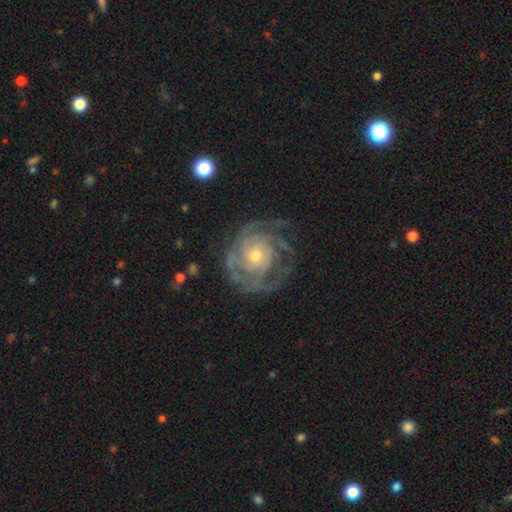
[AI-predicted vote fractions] Morphology: type=featured or disk (87%); edge-on=no (97%); bar=no (78%); spiral arms=yes (95%); winding=tight (70%); arm count=can't tell (31%); bulge=small (60%); merging=none (69%).